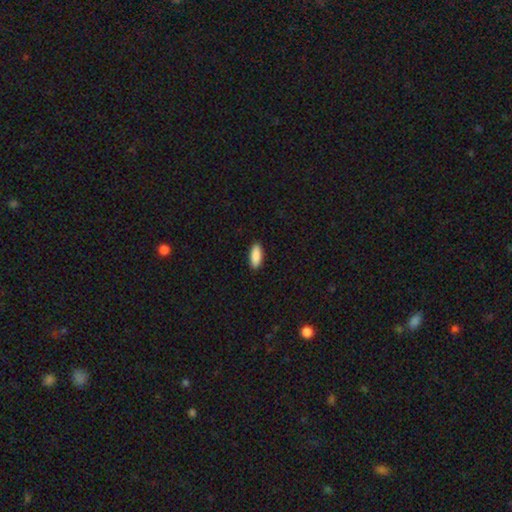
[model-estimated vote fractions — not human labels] This appears to be a smooth galaxy with no disk features (90%) that is in between round and cigar-shaped (79%). Merging: none (90%).